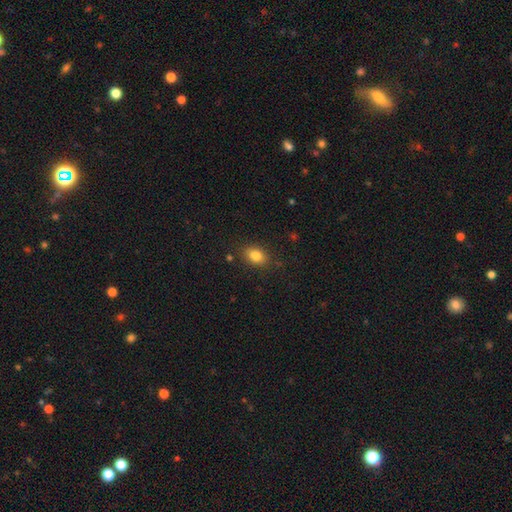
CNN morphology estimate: Smooth or featured?
  - smooth: 82% *
  - star or artifact: 10%
  - featured or disk: 8%
How rounded?
  - in between: 77% *
  - round: 21%
  - cigar-shaped: 2%
Merging?
  - none: 84% *
  - minor disturbance: 11%
  - major disturbance: 3%
  - merger: 2%